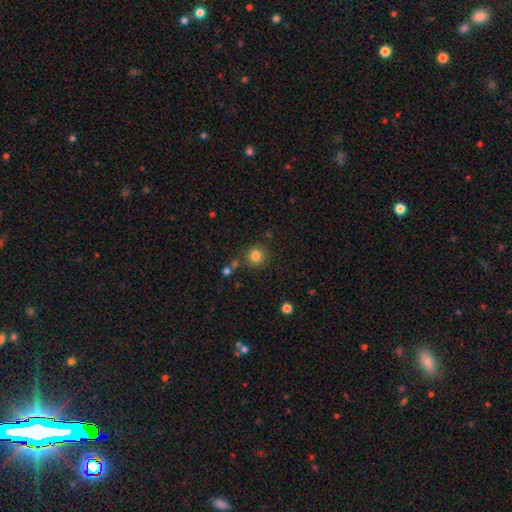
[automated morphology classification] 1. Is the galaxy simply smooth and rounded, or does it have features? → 82% smooth, 12% star or artifact, 6% featured or disk.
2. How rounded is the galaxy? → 92% round, 7% in between, 1% cigar-shaped.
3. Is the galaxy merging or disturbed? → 81% none, 9% minor disturbance, 6% merger, 3% major disturbance.